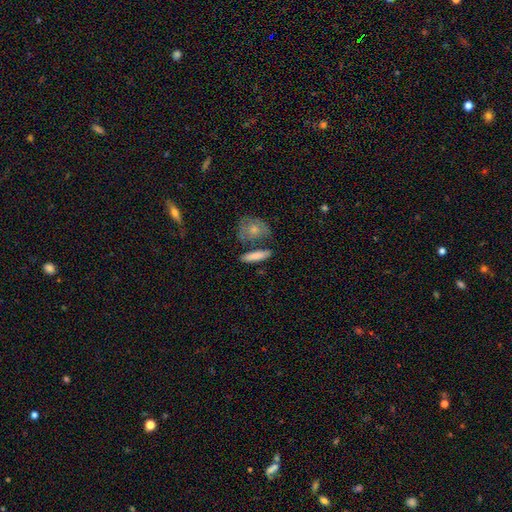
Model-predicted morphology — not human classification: smooth_or_featured: smooth (p=0.80) [alt: featured or disk p=0.14]
how_rounded: cigar-shaped (p=0.59) [alt: in between p=0.37]
merging: none (p=0.67) [alt: merger p=0.16]